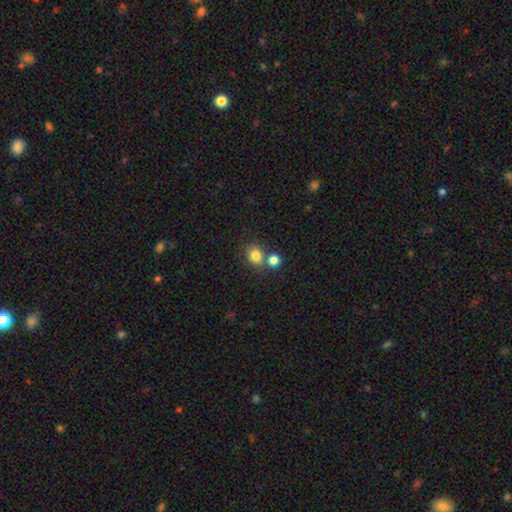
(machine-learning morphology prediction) Smooth or featured?
  - smooth: 81% *
  - star or artifact: 12%
  - featured or disk: 7%
How rounded?
  - round: 65% *
  - in between: 34%
  - cigar-shaped: 1%
Merging?
  - none: 59% *
  - merger: 29%
  - minor disturbance: 9%
  - major disturbance: 3%